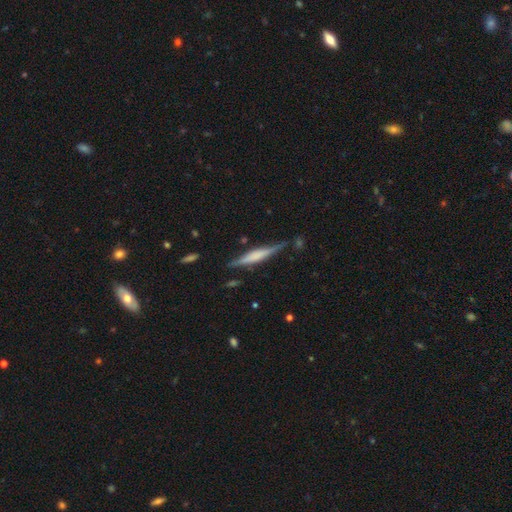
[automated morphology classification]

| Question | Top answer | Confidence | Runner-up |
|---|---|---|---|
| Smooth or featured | featured or disk | 65% | smooth (29%) |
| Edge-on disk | yes | 97% | no (3%) |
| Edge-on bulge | boxy | 46% | rounded (34%) |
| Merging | none | 80% | minor disturbance (14%) |